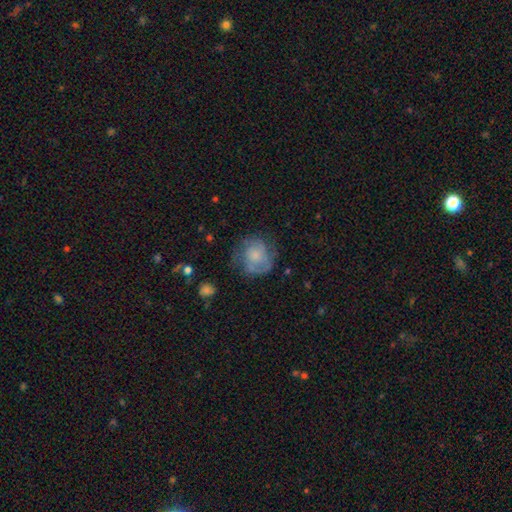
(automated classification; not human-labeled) featured or disk 50%, smooth 42%, star or artifact 8%. Down the decision tree: merging — none (58%).